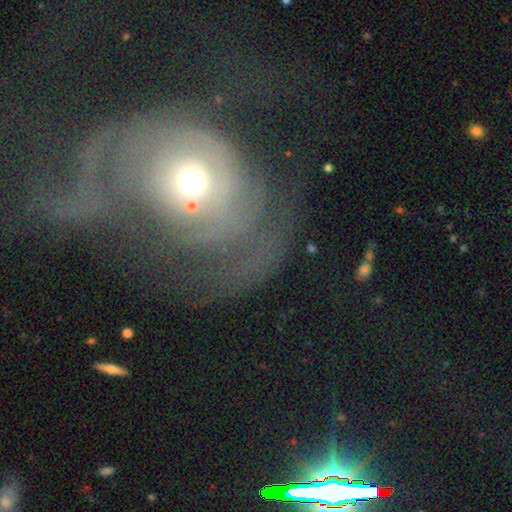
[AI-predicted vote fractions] smooth_or_featured: featured or disk (p=0.58) [alt: smooth p=0.25]
disk_edge_on: no (p=0.95) [alt: yes p=0.05]
bar: no (p=0.81) [alt: weak p=0.13]
has_spiral_arms: yes (p=0.56) [alt: no p=0.44]
bulge_size: moderate (p=0.63) [alt: small p=0.25]
merging: major disturbance (p=0.47) [alt: none p=0.21]